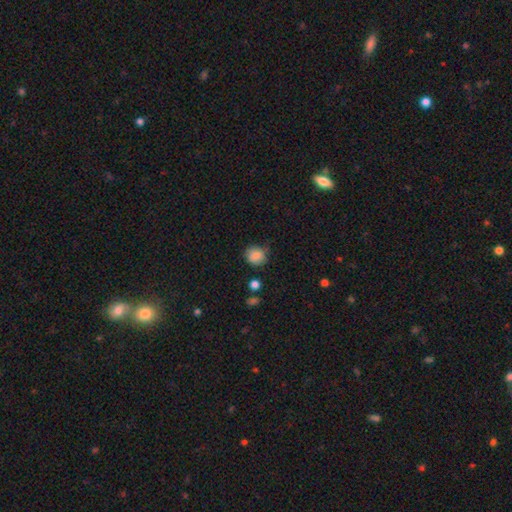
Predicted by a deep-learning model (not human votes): A smooth galaxy with no disk features (86%) that is round (84%).

Vote fractions:
- Smooth or featured? smooth: 86% / star or artifact: 9% / featured or disk: 5%
- How rounded? round: 84% / in between: 16% / cigar-shaped: 1%
- Merging? none: 72% / minor disturbance: 20% / major disturbance: 5% / merger: 3%